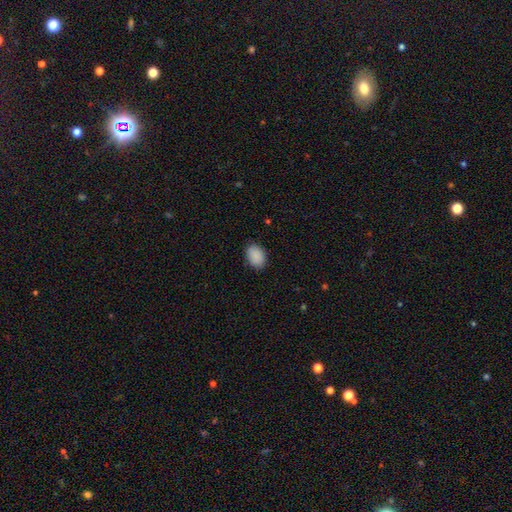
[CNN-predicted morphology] The model was most divided on "how rounded": in between: 82%, round: 17%, cigar-shaped: 1%. More confident: smooth or featured — smooth (90%); merging — none (86%).